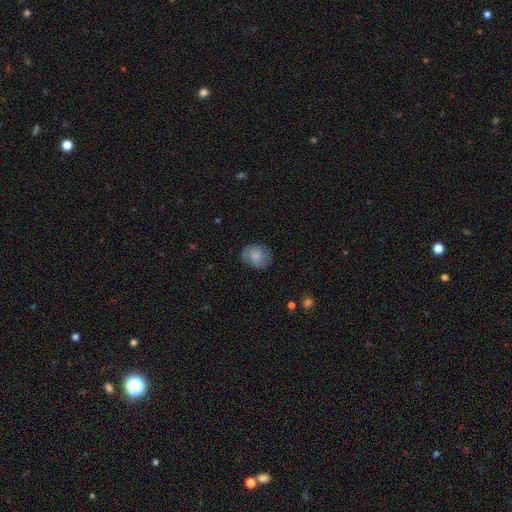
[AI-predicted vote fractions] Q: Smooth or featured?
A: smooth (64%); runner-up: featured or disk (28%)
Q: How rounded?
A: round (62%); runner-up: in between (37%)
Q: Merging?
A: none (75%); runner-up: minor disturbance (19%)